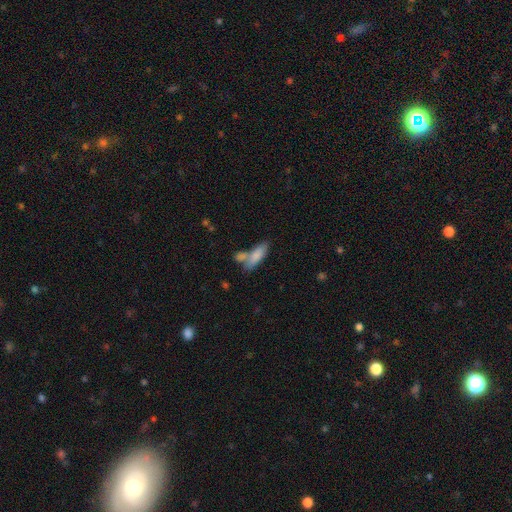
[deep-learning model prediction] smooth-or-featured: smooth: 81% | featured or disk: 12% | star or artifact: 7%
  how-rounded: in between: 61% | cigar-shaped: 36% | round: 3%
  merging: none: 49% | merger: 33% | minor disturbance: 13% | major disturbance: 5%